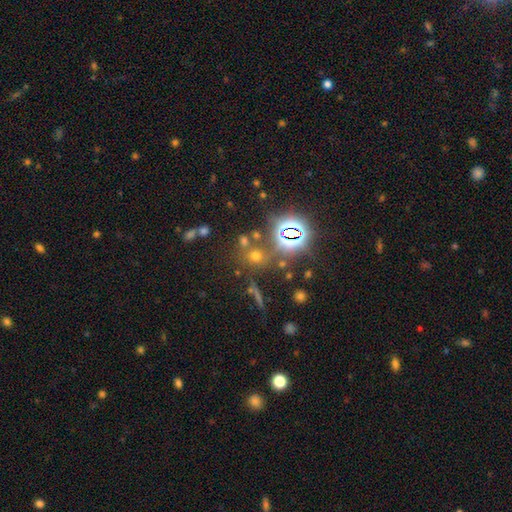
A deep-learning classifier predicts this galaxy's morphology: This is possibly a smooth galaxy (49%). Merging: likely none (69%).